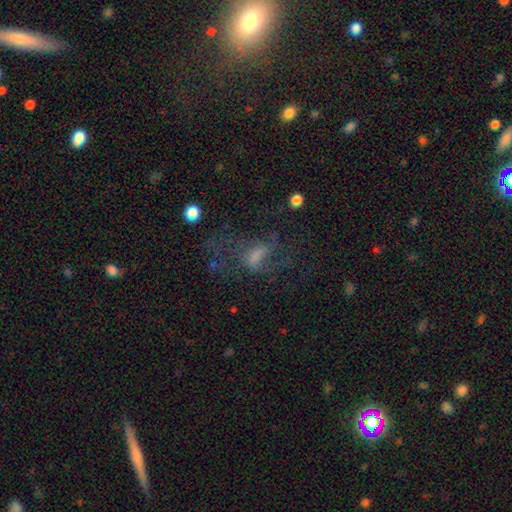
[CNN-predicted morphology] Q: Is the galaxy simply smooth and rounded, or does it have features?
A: featured or disk — 50%.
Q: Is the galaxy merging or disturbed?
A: major disturbance — 43%.